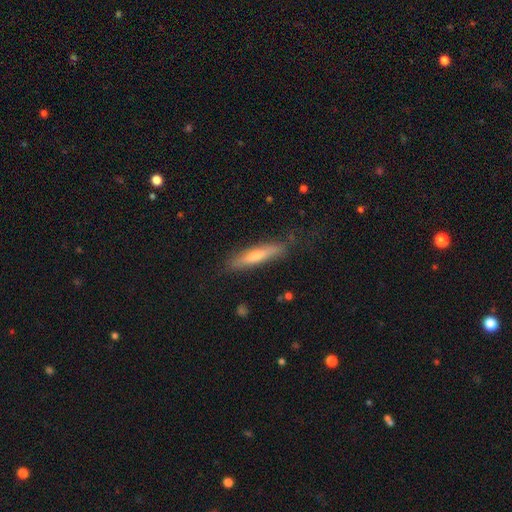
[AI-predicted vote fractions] This is possibly a smooth galaxy (53%). How rounded: clearly cigar-shaped (88%). Merging: likely none (80%).